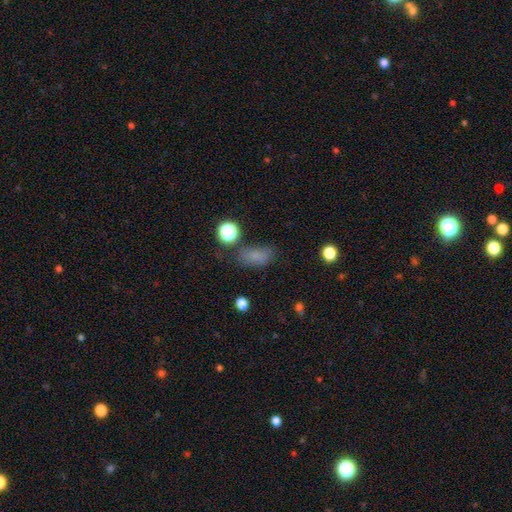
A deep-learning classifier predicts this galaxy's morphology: Smooth or featured?
  - smooth: 77% *
  - star or artifact: 16%
  - featured or disk: 7%
How rounded?
  - in between: 85% *
  - round: 10%
  - cigar-shaped: 5%
Merging?
  - none: 68% *
  - minor disturbance: 20%
  - major disturbance: 8%
  - merger: 5%